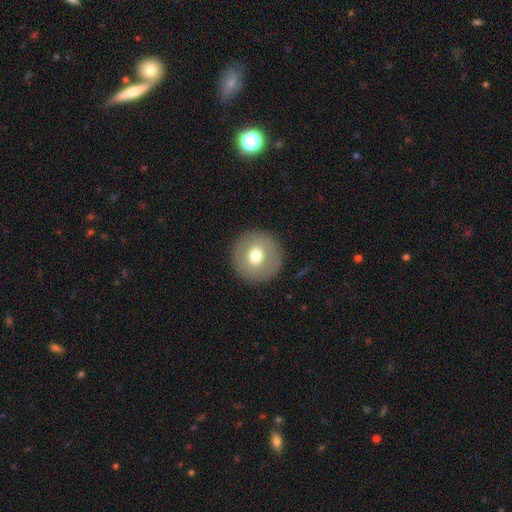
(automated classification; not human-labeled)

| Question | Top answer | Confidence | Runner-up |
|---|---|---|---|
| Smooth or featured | smooth | 65% | featured or disk (27%) |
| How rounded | round | 95% | in between (4%) |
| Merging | none | 90% | minor disturbance (6%) |